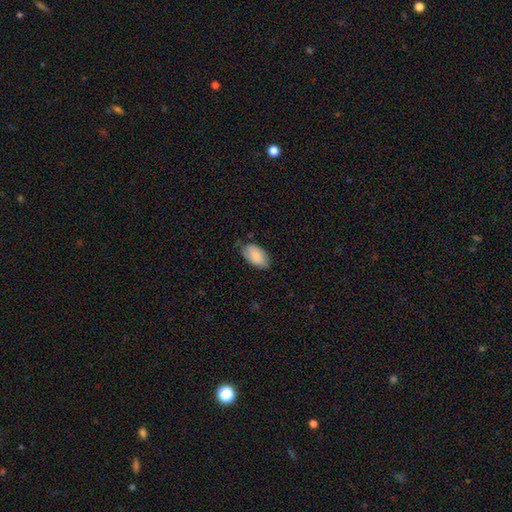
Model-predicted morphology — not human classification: Smooth or featured? smooth (84%)
How rounded? in between (95%)
Merging? none (70%)